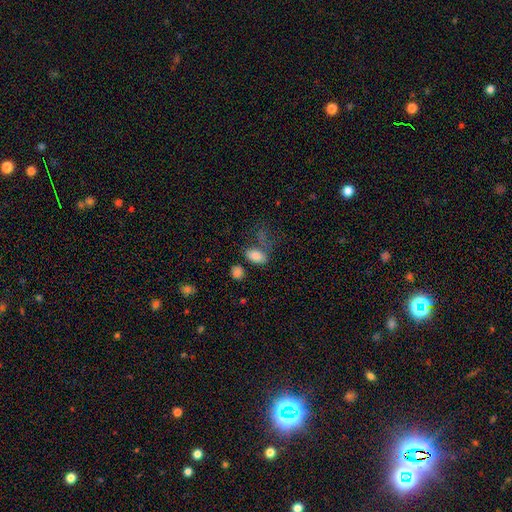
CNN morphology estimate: smooth-or-featured: smooth: 81% | star or artifact: 11% | featured or disk: 8%
  how-rounded: in between: 88% | round: 9% | cigar-shaped: 2%
  merging: none: 50% | minor disturbance: 21% | major disturbance: 17% | merger: 12%